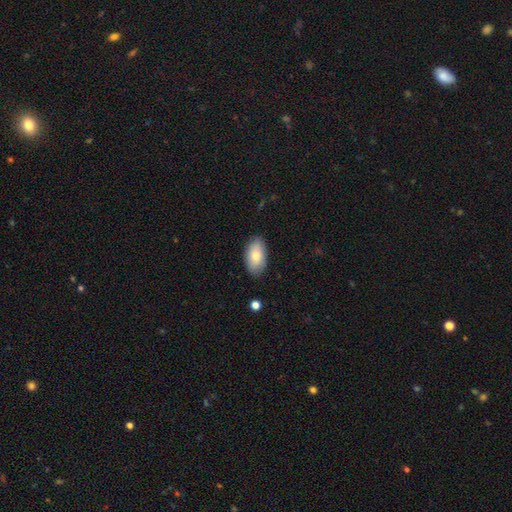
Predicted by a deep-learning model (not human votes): A smooth galaxy with no disk features (77%) that is in between round and cigar-shaped (93%). Merging: none (84%).